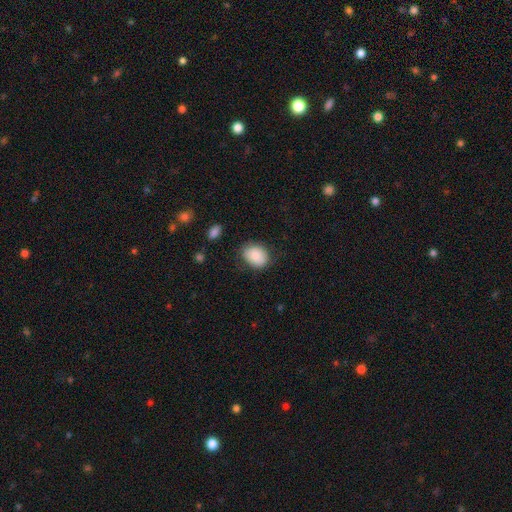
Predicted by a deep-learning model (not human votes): Smooth or featured? smooth (87%)
How rounded? in between (66%)
Merging? none (76%)